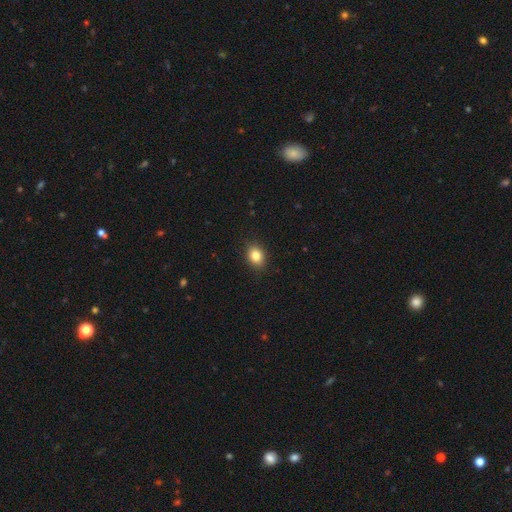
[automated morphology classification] smooth 83%, star or artifact 10%, featured or disk 6%. Down the decision tree: how rounded — in between (57%); merging — none (89%).